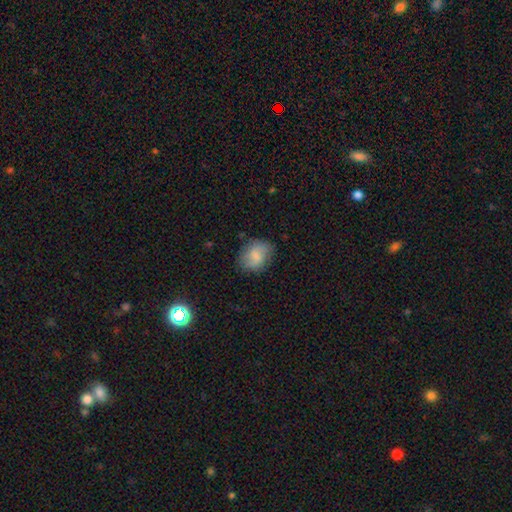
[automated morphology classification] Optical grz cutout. It shows a smooth galaxy with no disk features (76%) that is in between round and cigar-shaped (53%). Merging: none (74%).